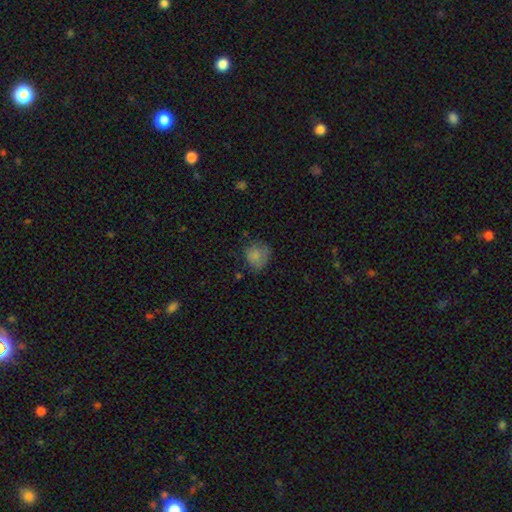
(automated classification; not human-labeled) smooth_or_featured: smooth (p=0.78) [alt: featured or disk p=0.11]
how_rounded: round (p=0.76) [alt: in between p=0.23]
merging: none (p=0.59) [alt: minor disturbance p=0.27]